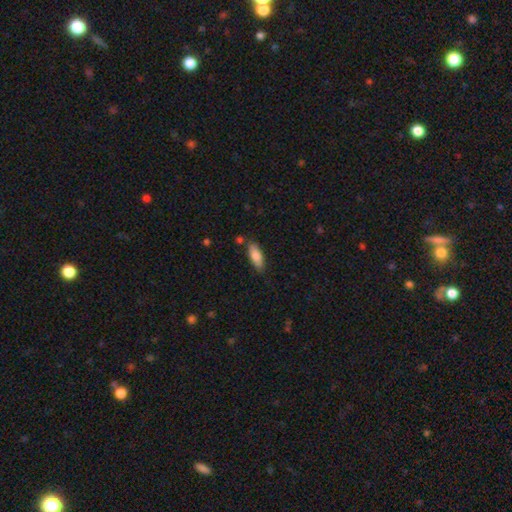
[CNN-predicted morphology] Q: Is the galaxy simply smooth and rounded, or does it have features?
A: smooth — 80%.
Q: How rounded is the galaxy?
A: in between — 70%.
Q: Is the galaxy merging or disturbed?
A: none — 79%.